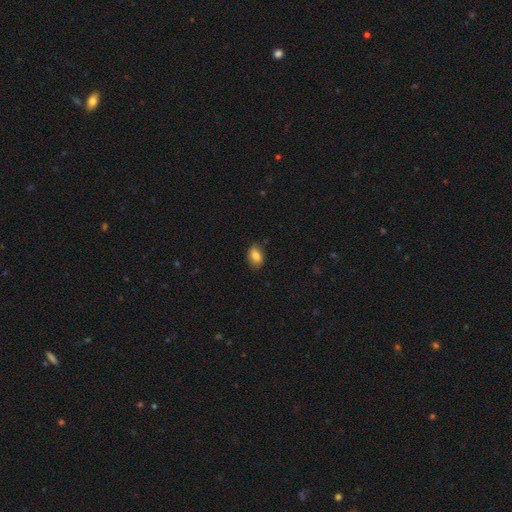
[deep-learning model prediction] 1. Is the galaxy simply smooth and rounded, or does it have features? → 81% smooth, 11% featured or disk, 8% star or artifact.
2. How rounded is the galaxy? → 86% in between, 12% round, 2% cigar-shaped.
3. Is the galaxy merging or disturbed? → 77% none, 19% minor disturbance, 3% major disturbance, 1% merger.